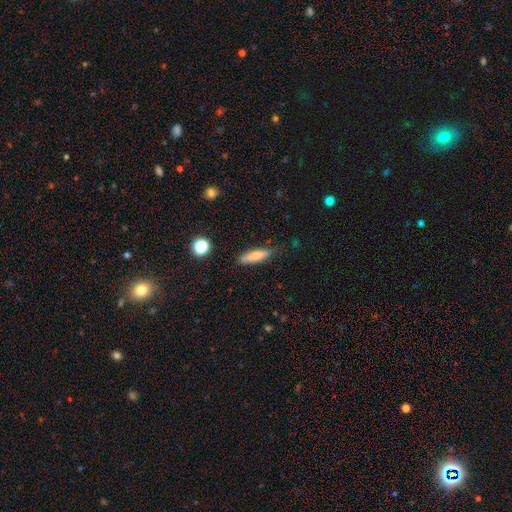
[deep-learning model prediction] Smooth or featured?
  - smooth: 71% *
  - featured or disk: 21%
  - star or artifact: 8%
How rounded?
  - cigar-shaped: 67% *
  - in between: 31%
  - round: 2%
Merging?
  - none: 82% *
  - minor disturbance: 14%
  - major disturbance: 3%
  - merger: 2%